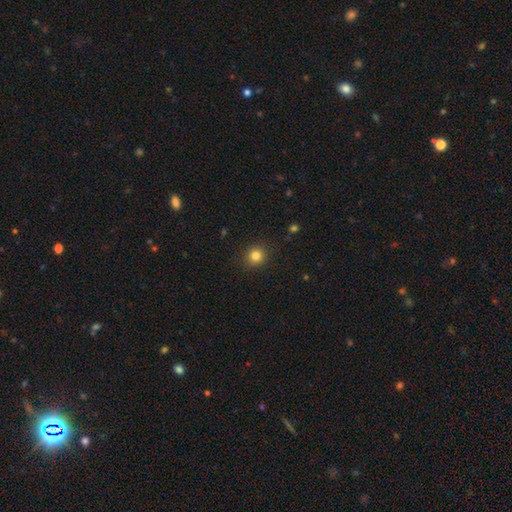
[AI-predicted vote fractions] smooth_or_featured: smooth (p=0.83) [alt: star or artifact p=0.12]
how_rounded: round (p=0.90) [alt: in between p=0.09]
merging: none (p=0.89) [alt: minor disturbance p=0.07]